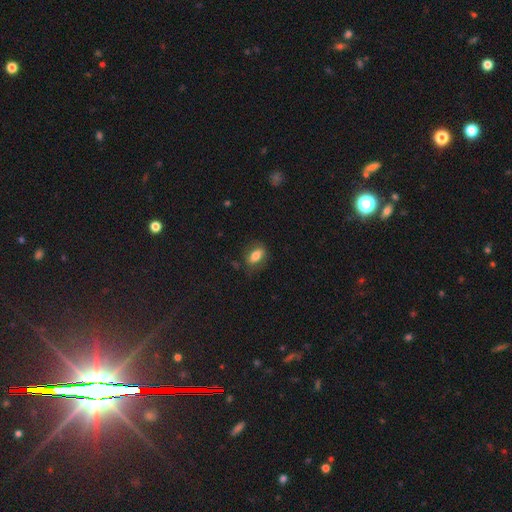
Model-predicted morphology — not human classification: This appears to be a smooth galaxy with no disk features (76%) that is in between round and cigar-shaped (81%). Merging: none (71%).